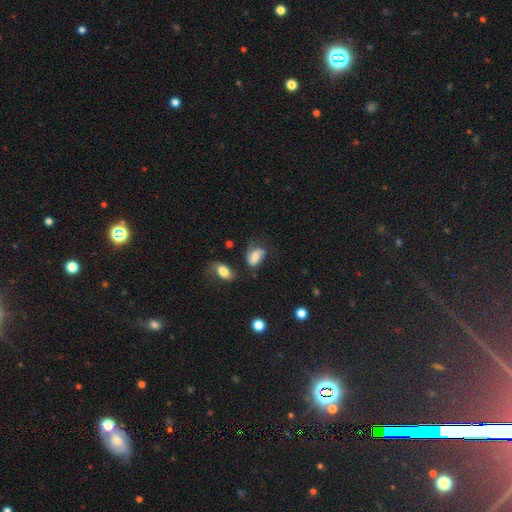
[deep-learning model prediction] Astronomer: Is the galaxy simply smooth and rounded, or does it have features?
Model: smooth — 48% (runner-up: featured or disk, 41%).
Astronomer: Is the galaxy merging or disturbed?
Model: none — 45% (runner-up: minor disturbance, 28%).